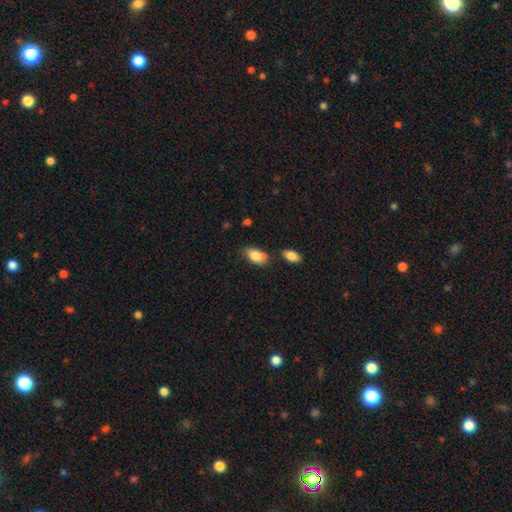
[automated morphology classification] Overall: smooth (80%). How rounded: in between (89%). Merging: none (54%; minor disturbance 21%).